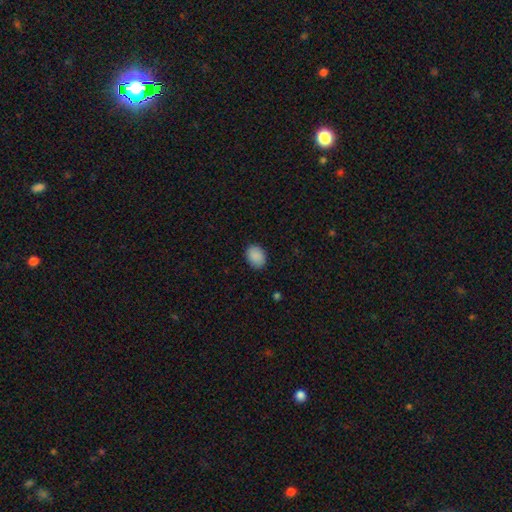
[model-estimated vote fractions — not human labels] This appears to be a smooth galaxy with no disk features (89%) that is in between round and cigar-shaped (65%). Merging: none (88%).